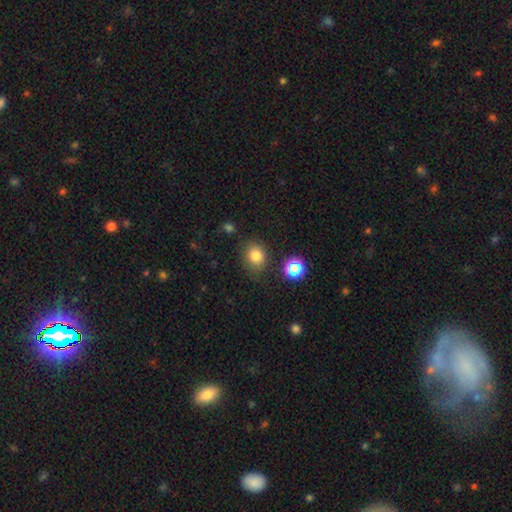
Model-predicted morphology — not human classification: Overall: smooth (81%). How rounded: round (74%). Merging: none (79%).